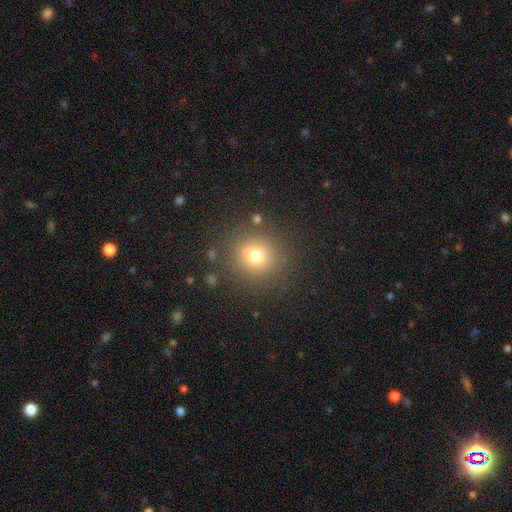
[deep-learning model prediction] Smooth or featured? Predicted: smooth (p=0.69). How rounded? Predicted: round (p=0.92). Merging? Predicted: none (p=0.74).